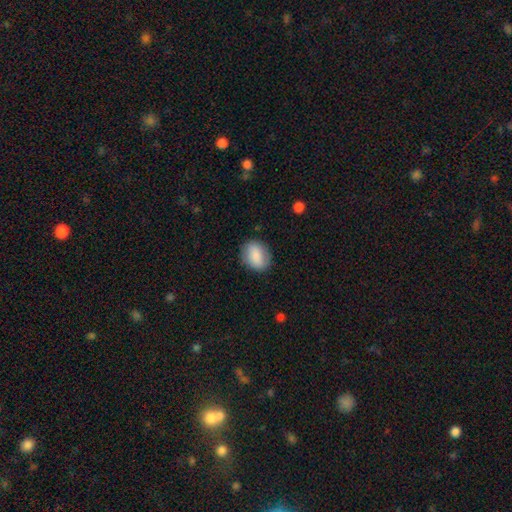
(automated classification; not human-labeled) Q: Smooth or featured?
A: smooth (81%); runner-up: featured or disk (12%)
Q: How rounded?
A: in between (56%); runner-up: round (42%)
Q: Merging?
A: none (83%); runner-up: minor disturbance (13%)